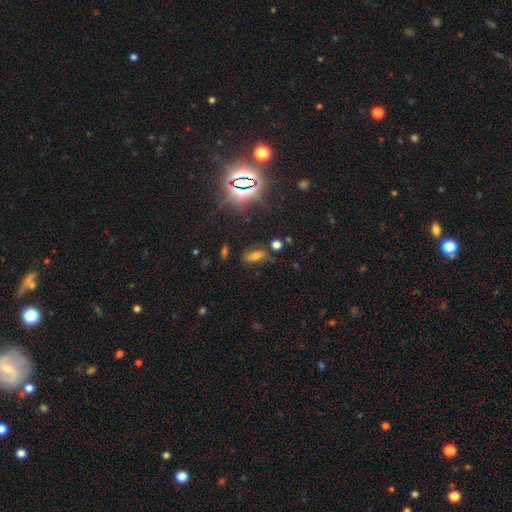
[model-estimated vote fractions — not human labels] Smooth or featured? smooth (35%, tied with star or artifact)
Merging? none (64%)